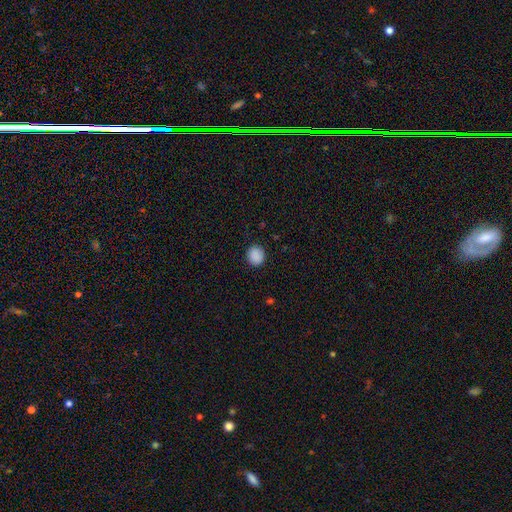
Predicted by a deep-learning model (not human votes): smooth 89%, star or artifact 9%, featured or disk 3%. Down the decision tree: how rounded — round (80%); merging — none (88%).